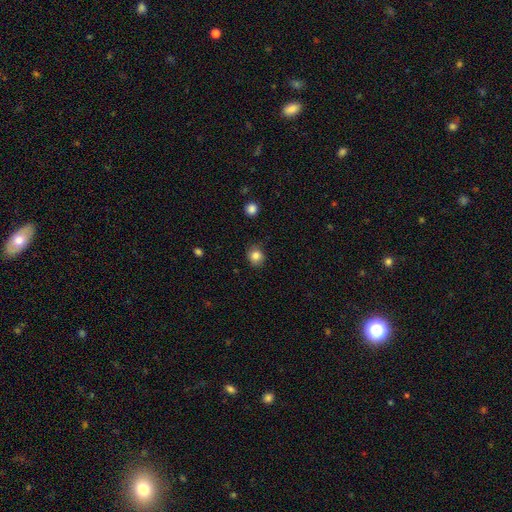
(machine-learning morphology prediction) Smooth or featured?
  - smooth: 83% *
  - star or artifact: 11%
  - featured or disk: 6%
How rounded?
  - round: 76% *
  - in between: 23%
  - cigar-shaped: 1%
Merging?
  - none: 80% *
  - minor disturbance: 15%
  - major disturbance: 3%
  - merger: 1%